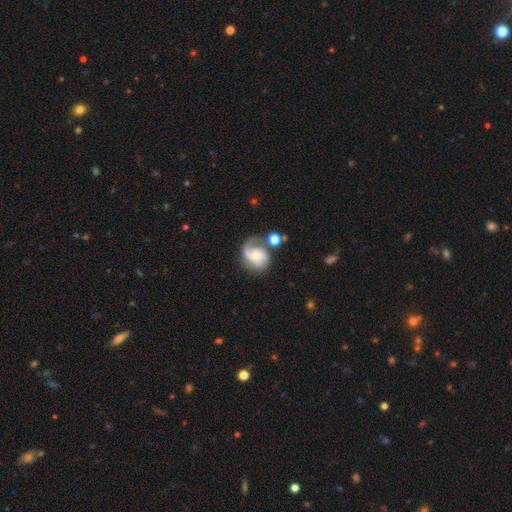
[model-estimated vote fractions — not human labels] Morphology: type=featured or disk (76%); edge-on=no (98%); bar=no (61%); spiral arms=yes (94%); winding=medium (47%); arm count=2 (65%); bulge=small (47%); merging=none (54%).